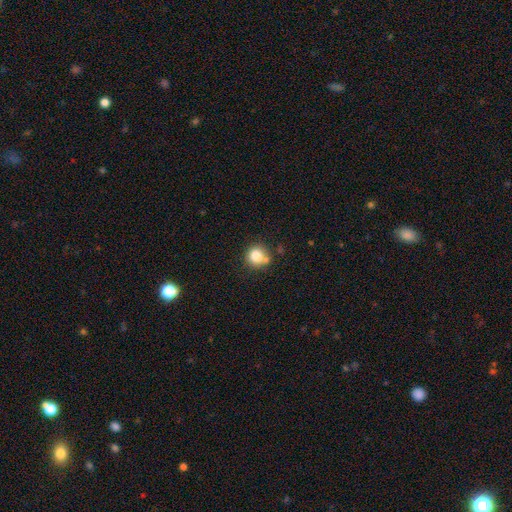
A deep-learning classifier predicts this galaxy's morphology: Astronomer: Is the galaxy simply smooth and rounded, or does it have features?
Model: smooth — 81%.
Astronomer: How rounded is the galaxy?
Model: round — 87%.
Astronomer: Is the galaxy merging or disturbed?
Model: none — 64%.